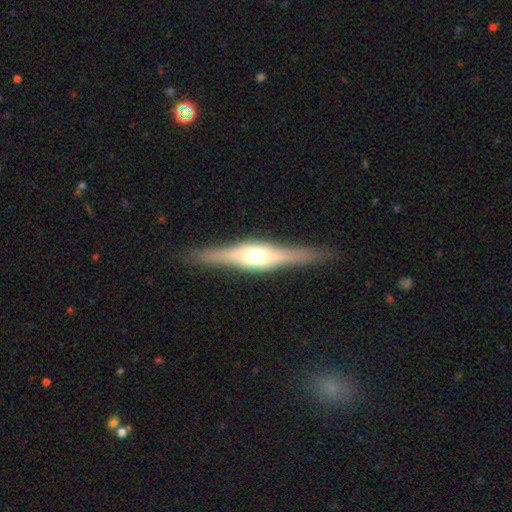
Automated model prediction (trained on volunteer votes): smooth-or-featured: featured or disk: 76% | smooth: 19% | star or artifact: 6%
  disk-edge-on: yes: 96% | no: 4%
    edge-on-bulge: rounded: 89% | boxy: 8% | none: 2%
  merging: none: 88% | minor disturbance: 8% | major disturbance: 2% | merger: 1%